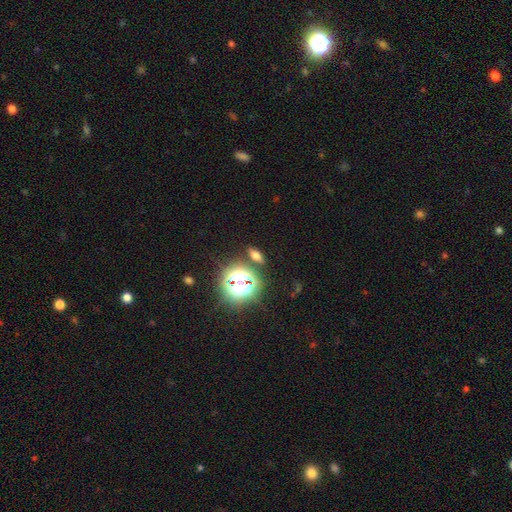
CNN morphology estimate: smooth-or-featured: smooth: 55% | star or artifact: 28% | featured or disk: 17%
  how-rounded: in between: 55% | round: 26% | cigar-shaped: 20%
  merging: none: 83% | minor disturbance: 9% | merger: 5% | major disturbance: 3%